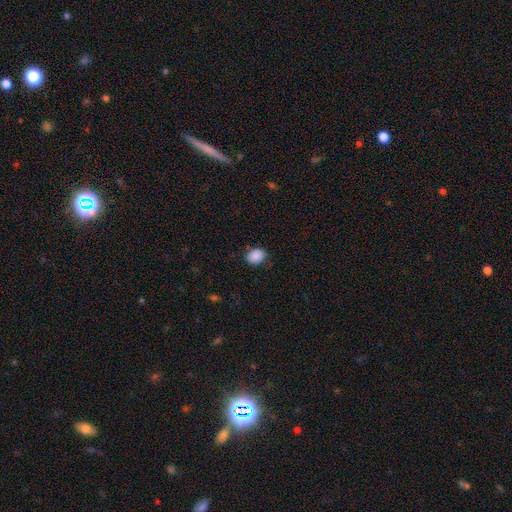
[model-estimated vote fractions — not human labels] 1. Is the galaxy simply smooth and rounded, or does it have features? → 89% smooth, 8% star or artifact, 3% featured or disk.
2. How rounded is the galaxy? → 60% in between, 39% round, 1% cigar-shaped.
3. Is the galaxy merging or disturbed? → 81% none, 14% minor disturbance, 3% major disturbance, 1% merger.